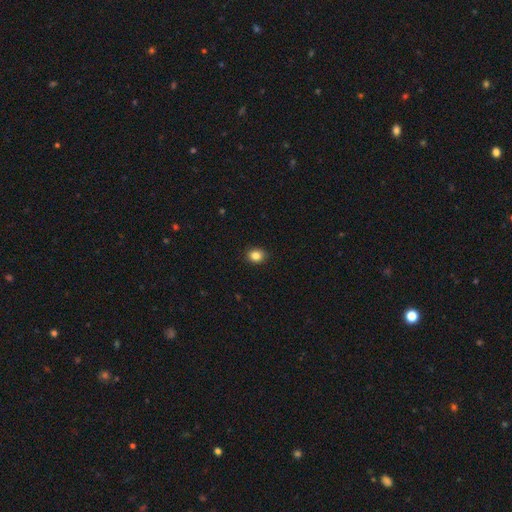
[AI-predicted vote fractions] This is clearly a smooth galaxy (85%). How rounded: likely round (66%). Merging: clearly none (91%).